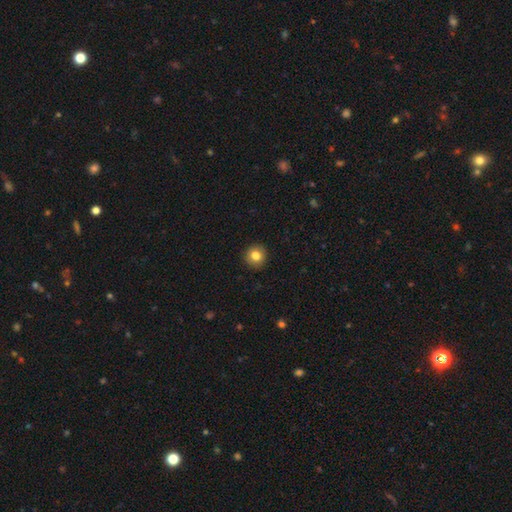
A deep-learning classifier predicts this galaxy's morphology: smooth 82%, star or artifact 9%, featured or disk 9%. Down the decision tree: how rounded — round (92%); merging — none (92%).